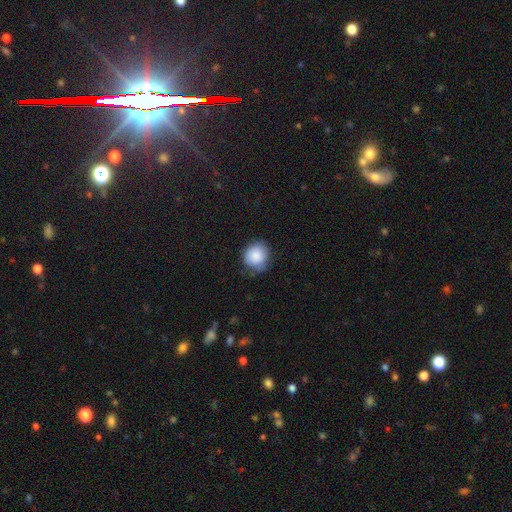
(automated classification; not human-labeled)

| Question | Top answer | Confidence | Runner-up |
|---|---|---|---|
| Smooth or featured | smooth | 87% | star or artifact (8%) |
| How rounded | round | 84% | in between (15%) |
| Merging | none | 70% | minor disturbance (23%) |